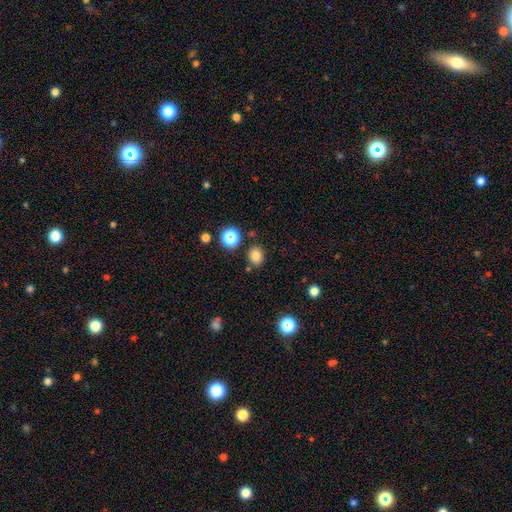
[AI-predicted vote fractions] Smooth or featured? smooth (80%)
How rounded? round (65%)
Merging? none (83%)